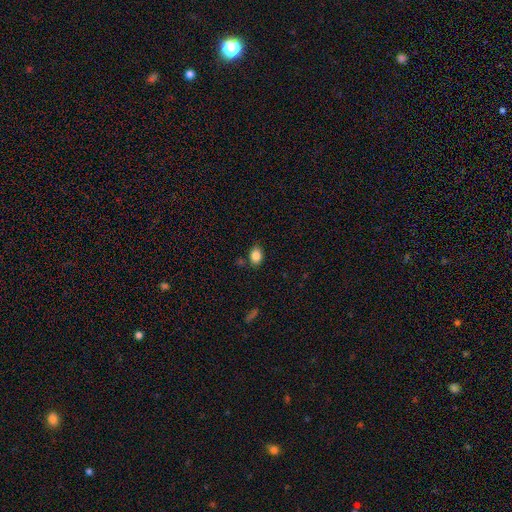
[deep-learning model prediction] Q: Smooth or featured?
A: smooth (86%); runner-up: star or artifact (9%)
Q: How rounded?
A: in between (71%); runner-up: round (27%)
Q: Merging?
A: none (78%); runner-up: minor disturbance (14%)